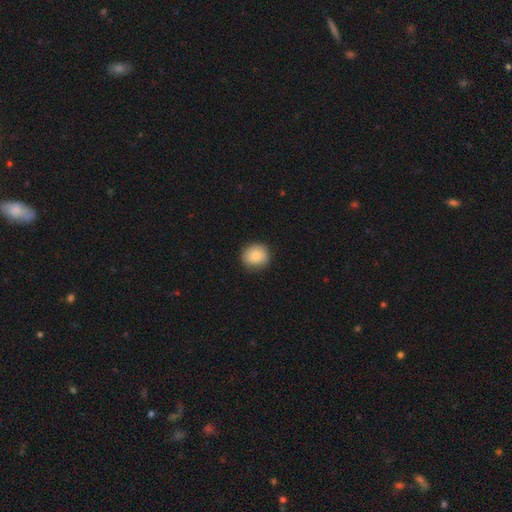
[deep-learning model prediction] Q: Smooth or featured?
A: smooth (81%); runner-up: featured or disk (11%)
Q: How rounded?
A: round (86%); runner-up: in between (14%)
Q: Merging?
A: none (87%); runner-up: minor disturbance (10%)